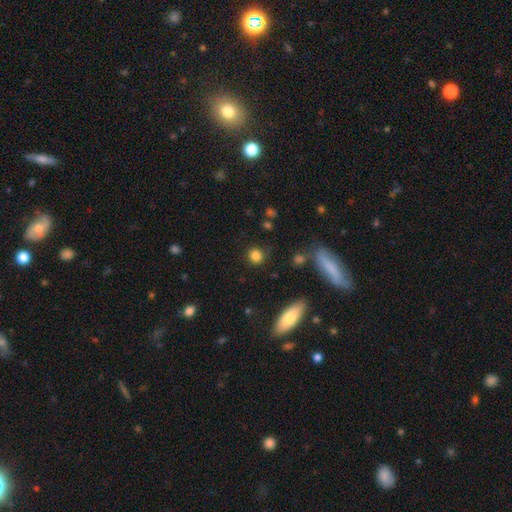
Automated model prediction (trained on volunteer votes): smooth-or-featured: smooth: 83% | star or artifact: 12% | featured or disk: 5%
  how-rounded: round: 86% | in between: 12% | cigar-shaped: 2%
  merging: none: 84% | minor disturbance: 10% | major disturbance: 3% | merger: 3%